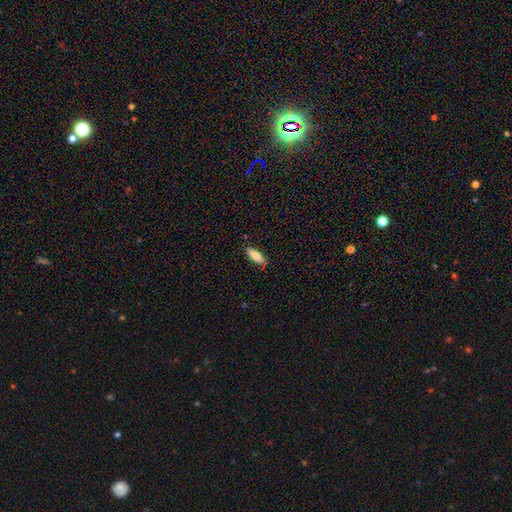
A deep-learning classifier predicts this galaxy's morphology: Q: Smooth or featured?
A: smooth (80%); runner-up: featured or disk (14%)
Q: How rounded?
A: in between (65%); runner-up: cigar-shaped (33%)
Q: Merging?
A: none (84%); runner-up: minor disturbance (12%)